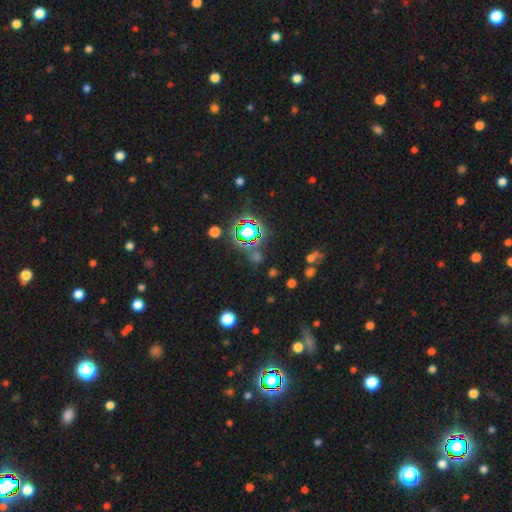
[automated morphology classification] Smooth or featured? star or artifact (70%)